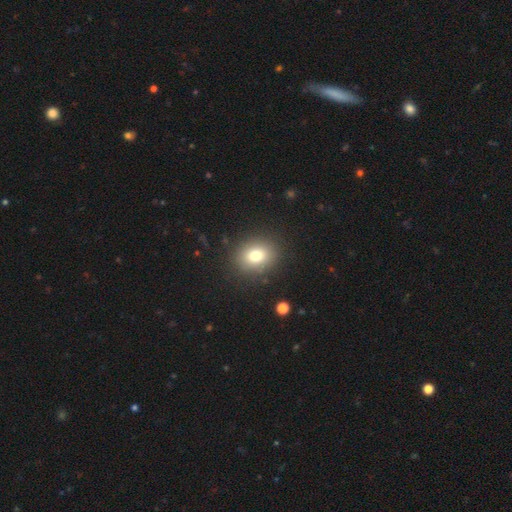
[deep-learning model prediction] Smooth or featured? Predicted: smooth (p=0.78). How rounded? Predicted: round (p=0.58). Merging? Predicted: none (p=0.87).